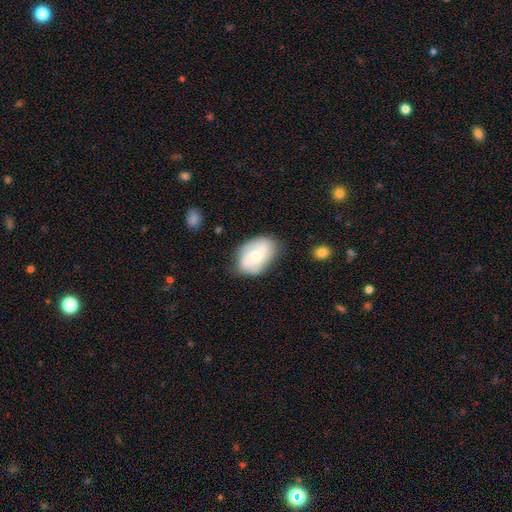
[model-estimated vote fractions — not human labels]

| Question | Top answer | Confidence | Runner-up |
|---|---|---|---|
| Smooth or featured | smooth | 47% | featured or disk (46%) |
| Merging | none | 68% | minor disturbance (23%) |